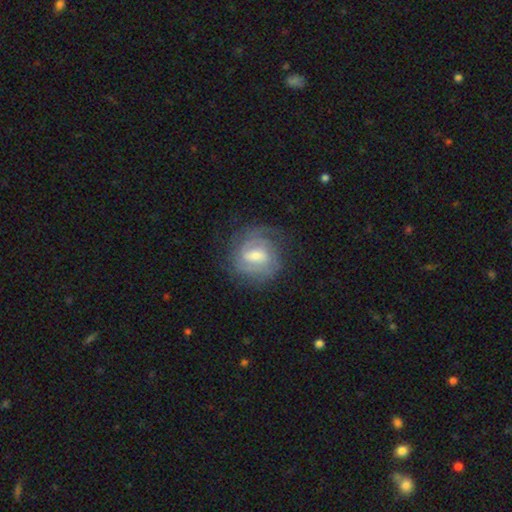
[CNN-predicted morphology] This is likely a featured or disk galaxy (76%). It is clearly not viewed edge-on (97%). Bar: possibly weak (57%). Spiral arm pattern: clearly yes (91%). Spiral arm count: possibly 2 (47%). Spiral winding: possibly tight (57%). Central bulge: possibly moderate (54%). Merging: likely none (71%).